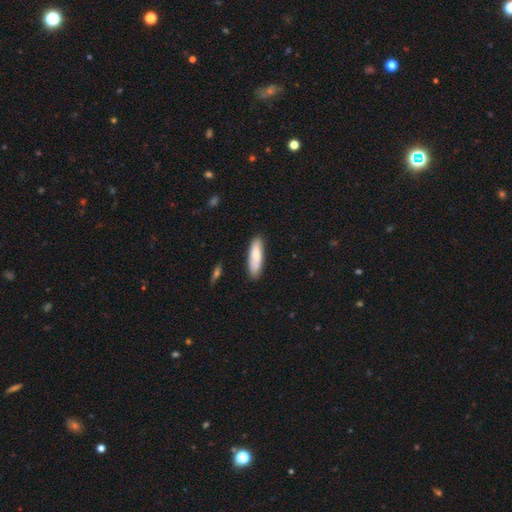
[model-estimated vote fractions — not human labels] smooth-or-featured: smooth: 81% | featured or disk: 14% | star or artifact: 6%
  how-rounded: cigar-shaped: 58% | in between: 40% | round: 1%
  merging: none: 81% | minor disturbance: 14% | major disturbance: 2% | merger: 2%